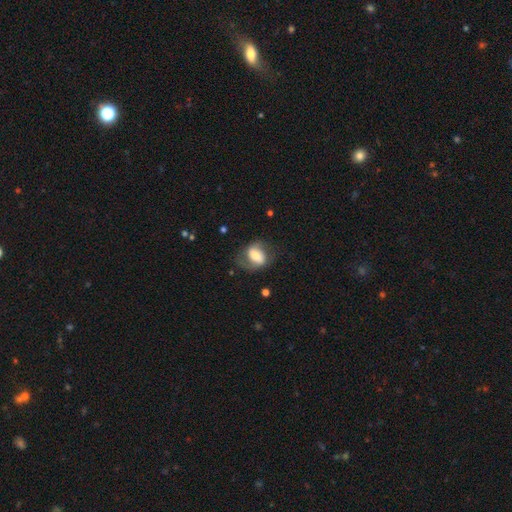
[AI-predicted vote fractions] Smooth or featured?
  - featured or disk: 56% *
  - smooth: 37%
  - star or artifact: 7%
Edge-on disk?
  - no: 95% *
  - yes: 5%
Bar?
  - strong: 37% *
  - weak: 34%
  - no: 30%
Spiral arms?
  - yes: 77% *
  - no: 23%
Bulge size?
  - moderate: 54% *
  - small: 24%
  - large: 16%
  - dominant: 3%
  - none: 2%
Merging?
  - none: 61% *
  - minor disturbance: 22%
  - major disturbance: 15%
  - merger: 2%